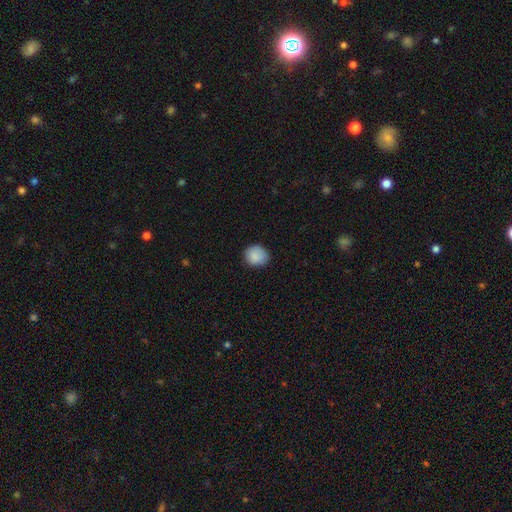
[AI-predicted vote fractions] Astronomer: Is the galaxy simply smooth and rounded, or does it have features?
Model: smooth — 87%.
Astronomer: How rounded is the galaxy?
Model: round — 79%.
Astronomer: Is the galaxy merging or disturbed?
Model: none — 79%.